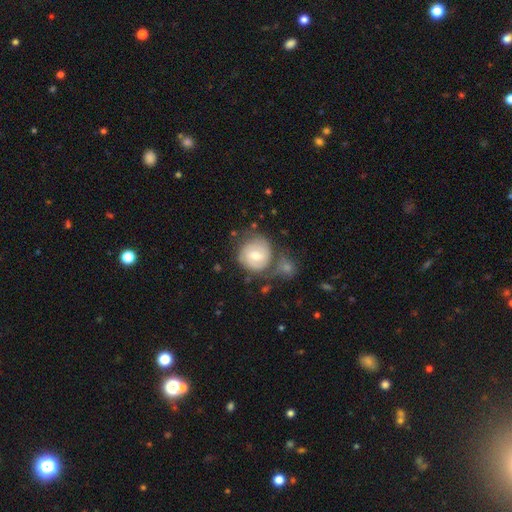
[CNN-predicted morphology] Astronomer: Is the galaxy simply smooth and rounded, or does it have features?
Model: featured or disk — 51% (runner-up: smooth, 43%).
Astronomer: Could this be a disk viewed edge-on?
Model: no — 97%.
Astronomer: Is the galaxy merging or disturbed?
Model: none — 45% (runner-up: merger, 26%).